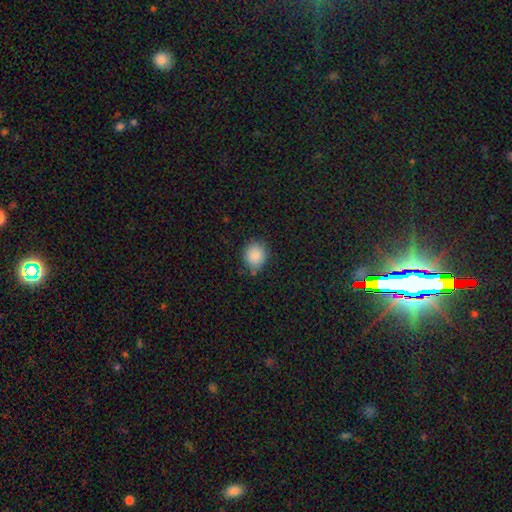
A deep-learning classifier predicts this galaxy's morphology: Overall: smooth (88%). How rounded: round (77%). Merging: none (77%).